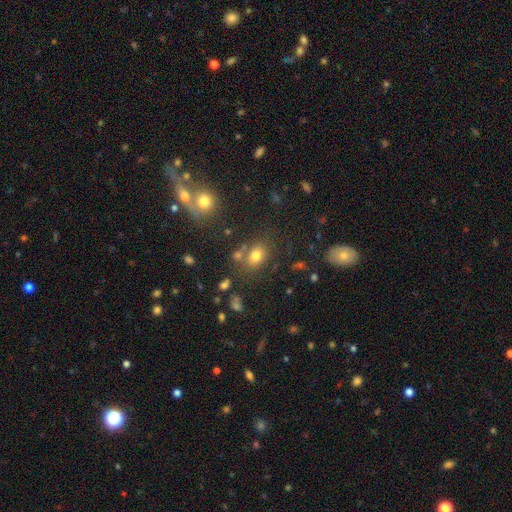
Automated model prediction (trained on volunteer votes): This is likely a smooth galaxy (74%). How rounded: likely in between (62%). Merging: likely none (68%).